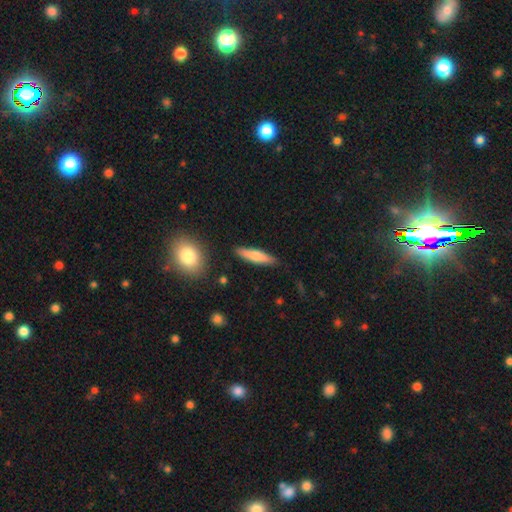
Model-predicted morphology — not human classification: This is likely a smooth galaxy (70%). How rounded: likely cigar-shaped (77%). Merging: clearly none (87%).